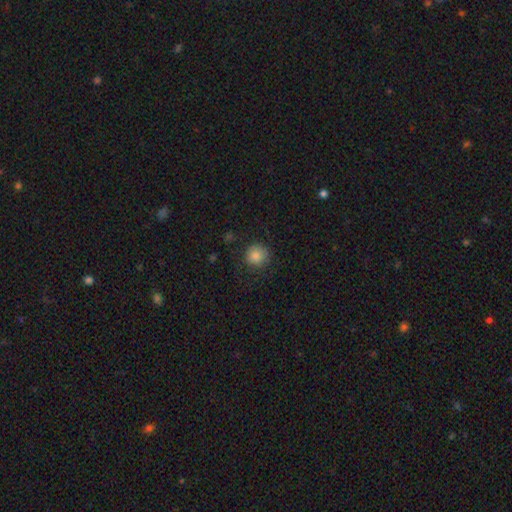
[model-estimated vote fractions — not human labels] Smooth or featured?
  - smooth: 85% *
  - star or artifact: 11%
  - featured or disk: 5%
How rounded?
  - round: 93% *
  - in between: 6%
  - cigar-shaped: 1%
Merging?
  - none: 83% *
  - minor disturbance: 12%
  - major disturbance: 4%
  - merger: 1%